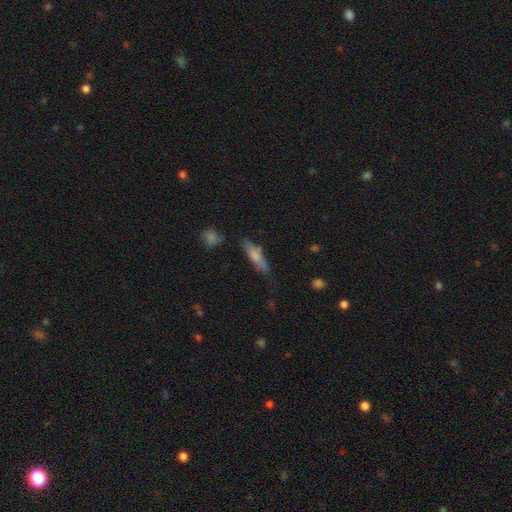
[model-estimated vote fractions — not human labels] This appears to be a smooth galaxy with no disk features (70%) that is cigar-shaped (64%). Merging: none (65%).